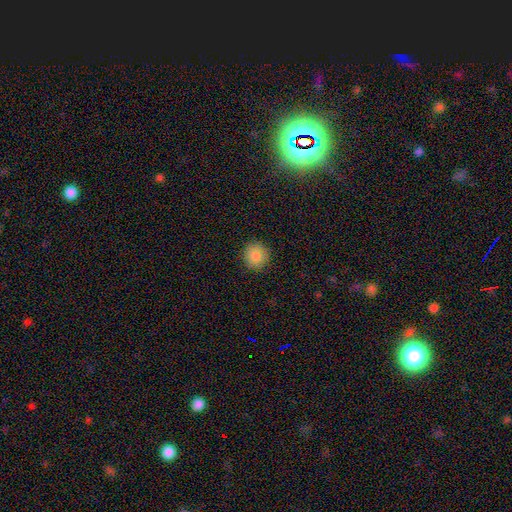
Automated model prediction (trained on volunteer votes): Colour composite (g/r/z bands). It shows a smooth galaxy with no disk features (86%) that is round (92%). Merging: none (90%).